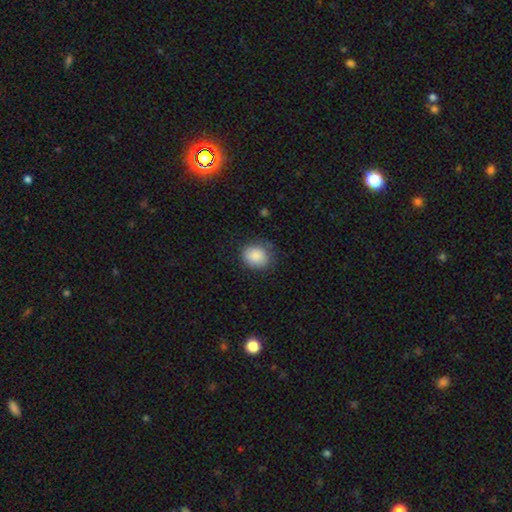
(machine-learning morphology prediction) smooth_or_featured: smooth (p=0.86) [alt: star or artifact p=0.08]
how_rounded: round (p=0.68) [alt: in between p=0.31]
merging: none (p=0.75) [alt: minor disturbance p=0.19]